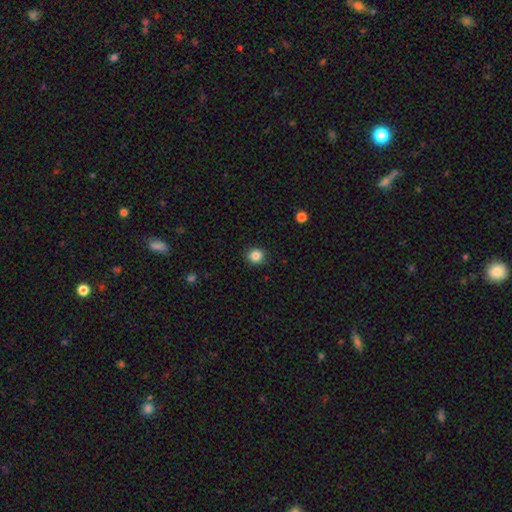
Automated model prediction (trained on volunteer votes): A smooth galaxy with no disk features (84%) that is round (90%).

Vote fractions:
- Smooth or featured? smooth: 84% / star or artifact: 11% / featured or disk: 5%
- How rounded? round: 90% / in between: 9% / cigar-shaped: 1%
- Merging? none: 92% / minor disturbance: 6% / major disturbance: 2% / merger: 1%